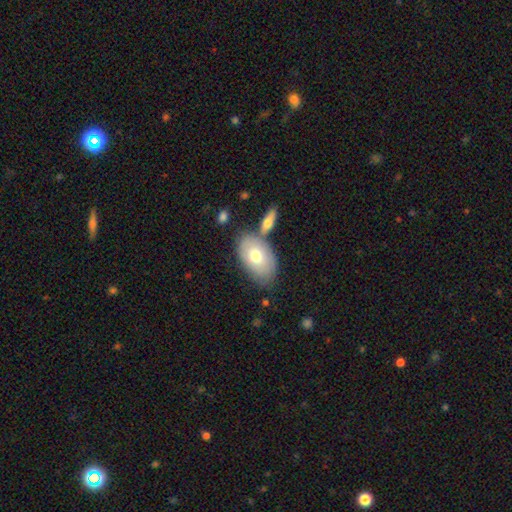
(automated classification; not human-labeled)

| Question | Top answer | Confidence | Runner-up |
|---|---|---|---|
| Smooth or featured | smooth | 68% | featured or disk (26%) |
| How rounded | in between | 92% | round (7%) |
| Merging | none | 63% | merger (18%) |